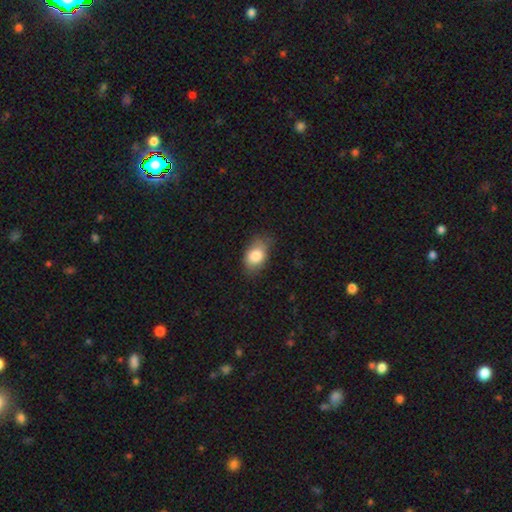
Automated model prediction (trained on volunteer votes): Q: Smooth or featured?
A: smooth (84%); runner-up: featured or disk (9%)
Q: How rounded?
A: in between (85%); runner-up: round (14%)
Q: Merging?
A: none (70%); runner-up: minor disturbance (23%)